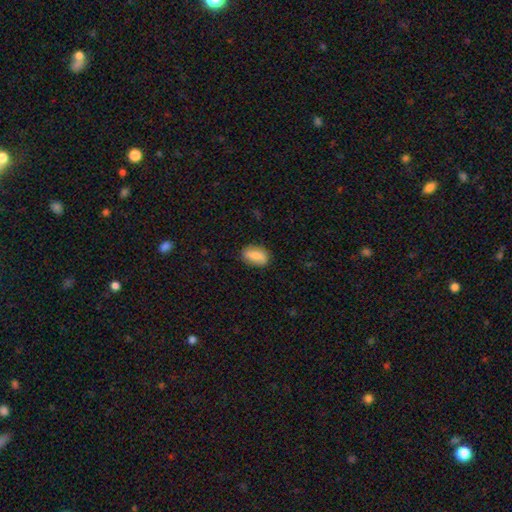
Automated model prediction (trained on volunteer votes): A smooth galaxy with no disk features (81%) that is in between round and cigar-shaped (89%).

Vote fractions:
- Smooth or featured? smooth: 81% / featured or disk: 12% / star or artifact: 7%
- How rounded? in between: 89% / round: 7% / cigar-shaped: 5%
- Merging? none: 81% / minor disturbance: 15% / major disturbance: 3% / merger: 1%